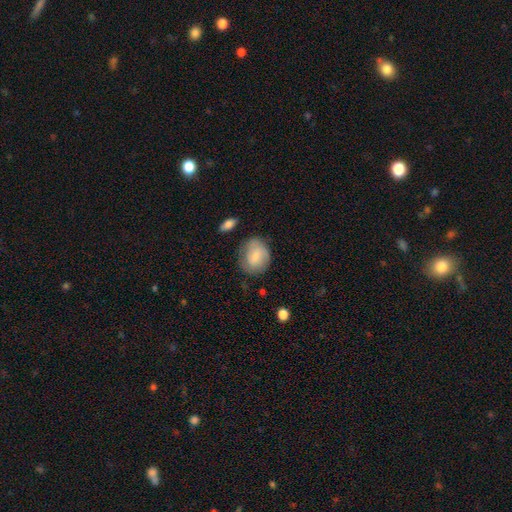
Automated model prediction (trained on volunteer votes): A smooth galaxy with no disk features (74%) that is in between round and cigar-shaped (50%). Merging: none (68%).